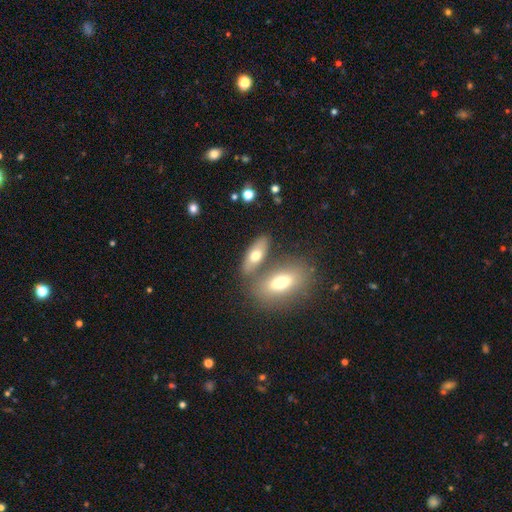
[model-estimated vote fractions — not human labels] smooth_or_featured: smooth (p=0.66) [alt: featured or disk p=0.26]
how_rounded: in between (p=0.75) [alt: cigar-shaped p=0.20]
merging: none (p=0.60) [alt: merger p=0.24]